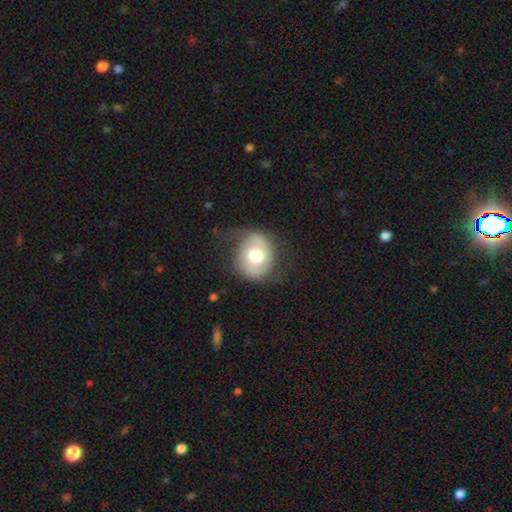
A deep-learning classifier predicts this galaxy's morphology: smooth 54%, featured or disk 39%, star or artifact 7%. Down the decision tree: how rounded — round (71%); merging — none (66%).